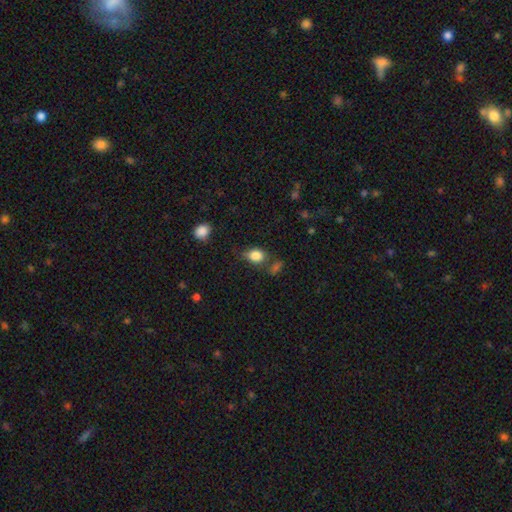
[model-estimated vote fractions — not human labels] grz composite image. It shows a smooth galaxy with no disk features (84%) that is in between round and cigar-shaped (69%). Merging: none (62%).